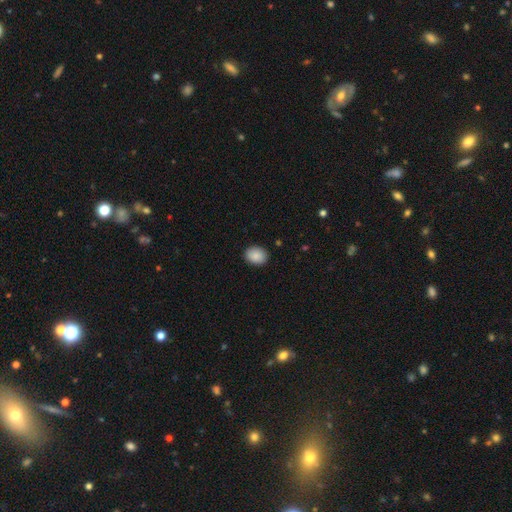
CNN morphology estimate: smooth_or_featured: smooth (p=0.89) [alt: star or artifact p=0.07]
how_rounded: in between (p=0.56) [alt: round p=0.44]
merging: none (p=0.89) [alt: minor disturbance p=0.08]